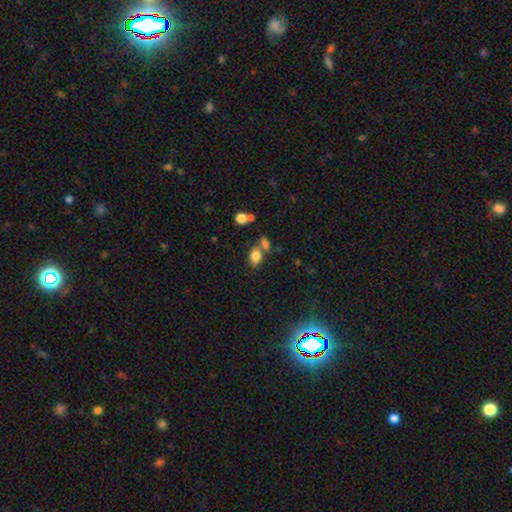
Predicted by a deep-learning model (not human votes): Smooth or featured? smooth (81%)
How rounded? in between (85%)
Merging? none (55%)